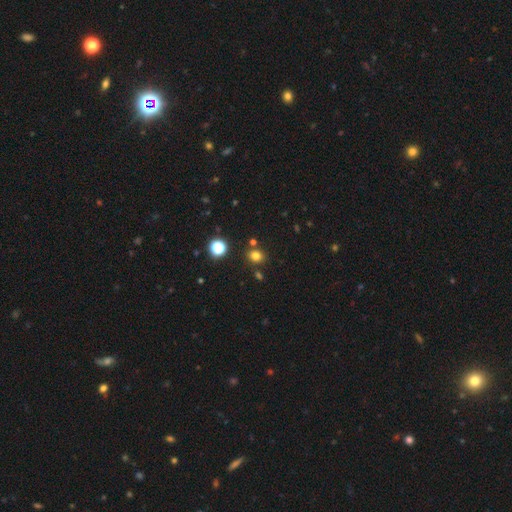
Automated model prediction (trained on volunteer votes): This is likely a smooth galaxy (77%). How rounded: likely round (66%). Merging: clearly none (81%).